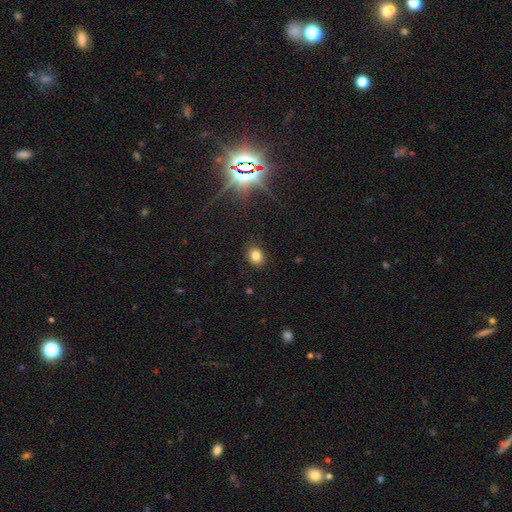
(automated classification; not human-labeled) This appears to be a smooth galaxy with no disk features (80%) that is round (52%). Merging: none (87%).